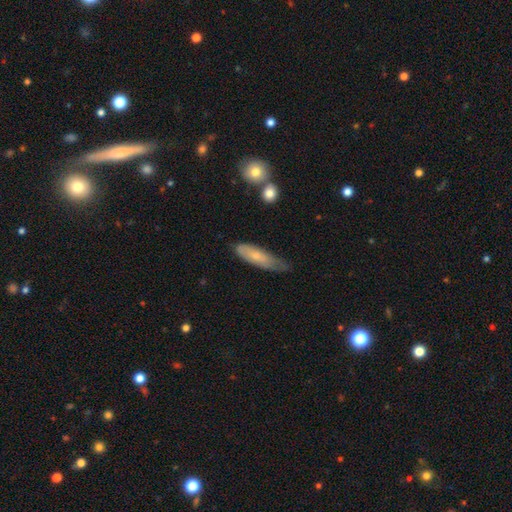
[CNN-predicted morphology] smooth 65%, featured or disk 29%, star or artifact 6%. Down the decision tree: how rounded — cigar-shaped (59%); merging — none (45%).